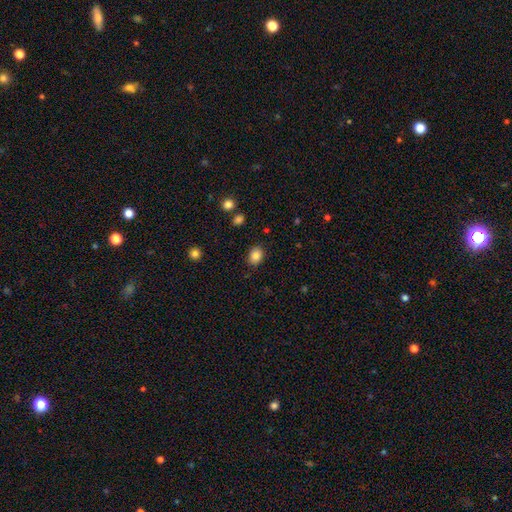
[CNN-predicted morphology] smooth 85%, star or artifact 9%, featured or disk 5%. Down the decision tree: how rounded — in between (62%); merging — none (85%).